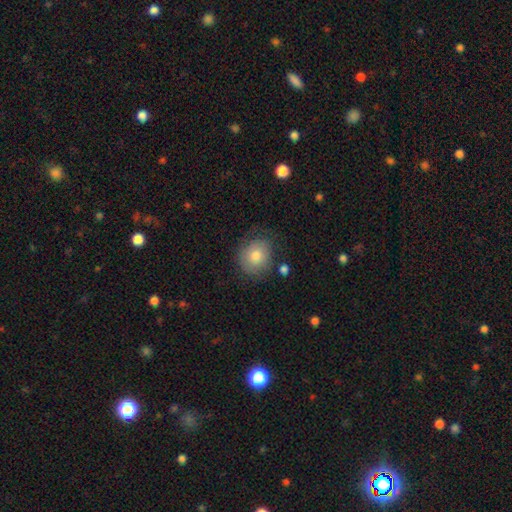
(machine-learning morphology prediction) This is likely a smooth galaxy (75%). How rounded: likely round (75%). Merging: likely none (70%).